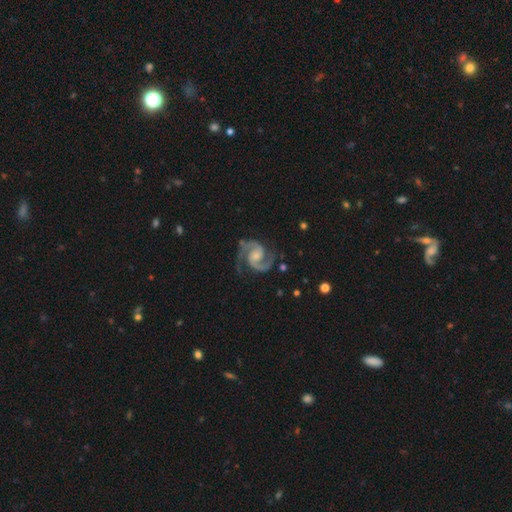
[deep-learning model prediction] Smooth or featured? featured or disk (94%)
Edge-on disk? no (98%)
Bar? no (50%)
Spiral arms? yes (99%)
Spiral winding? medium (65%)
Spiral arm count? 2 (94%)
Bulge size? small (47%)
Merging? none (78%)